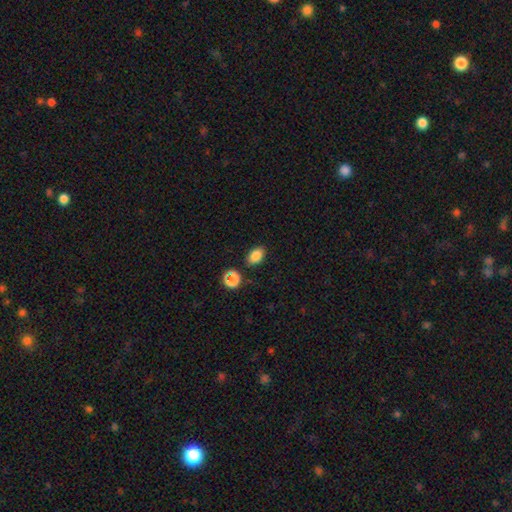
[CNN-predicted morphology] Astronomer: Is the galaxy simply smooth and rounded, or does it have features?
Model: smooth — 84%.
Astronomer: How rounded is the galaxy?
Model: in between — 82%.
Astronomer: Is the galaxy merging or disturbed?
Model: none — 83%.